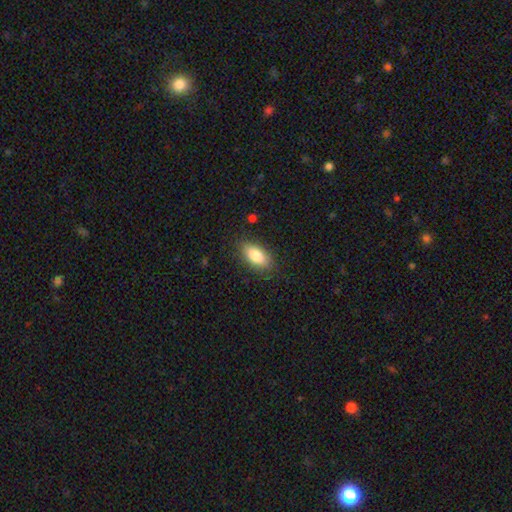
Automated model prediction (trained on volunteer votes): This is clearly a smooth galaxy (82%). How rounded: clearly in between (87%). Merging: clearly none (84%).